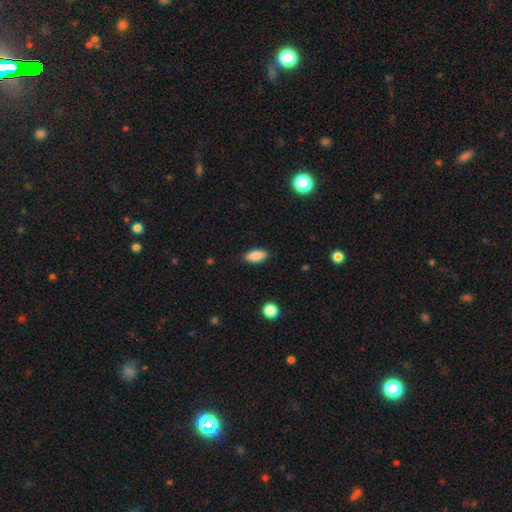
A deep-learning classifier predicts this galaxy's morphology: This is clearly a smooth galaxy (86%). How rounded: clearly in between (85%). Merging: clearly none (88%).